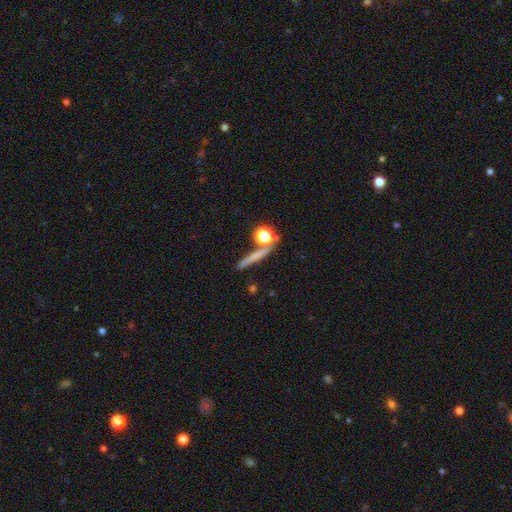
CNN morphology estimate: smooth-or-featured: smooth: 57% | featured or disk: 29% | star or artifact: 14%
  how-rounded: cigar-shaped: 71% | round: 20% | in between: 9%
  merging: none: 75% | merger: 11% | minor disturbance: 10% | major disturbance: 4%